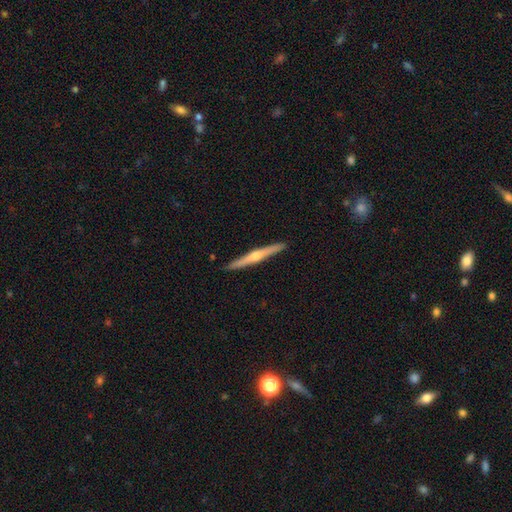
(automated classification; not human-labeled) featured or disk 72%, smooth 23%, star or artifact 6%. Down the decision tree: edge-on disk — yes (98%); edge-on bulge — rounded (84%); merging — none (92%).